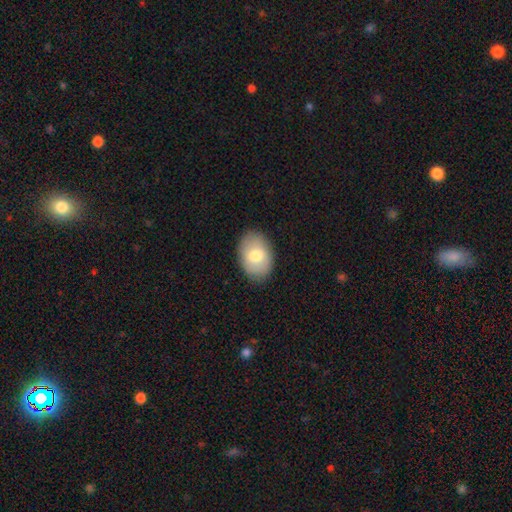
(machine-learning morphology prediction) smooth_or_featured: smooth (p=0.74) [alt: featured or disk p=0.19]
how_rounded: in between (p=0.80) [alt: round p=0.19]
merging: none (p=0.86) [alt: minor disturbance p=0.10]